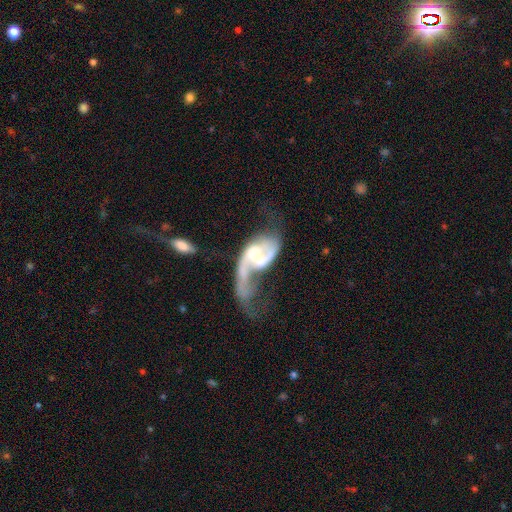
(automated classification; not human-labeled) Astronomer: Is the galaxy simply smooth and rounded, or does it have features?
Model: featured or disk — 82%.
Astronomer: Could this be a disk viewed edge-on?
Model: no — 96%.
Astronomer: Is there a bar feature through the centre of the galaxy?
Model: no — 45% (runner-up: weak, 39%).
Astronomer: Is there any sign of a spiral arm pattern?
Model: yes — 84%.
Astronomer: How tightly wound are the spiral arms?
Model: loose — 70%.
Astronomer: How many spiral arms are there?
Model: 2 — 68%.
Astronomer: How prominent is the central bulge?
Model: small — 33% (runner-up: moderate, 32%).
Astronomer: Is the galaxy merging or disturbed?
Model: major disturbance — 45% (runner-up: merger, 21%).